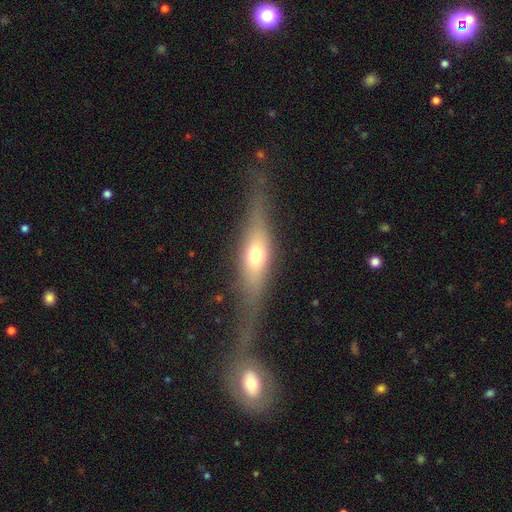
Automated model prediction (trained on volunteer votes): Overall: featured or disk (54%; smooth 39%). Edge-on disk: yes (84%). Merging: none (69%).